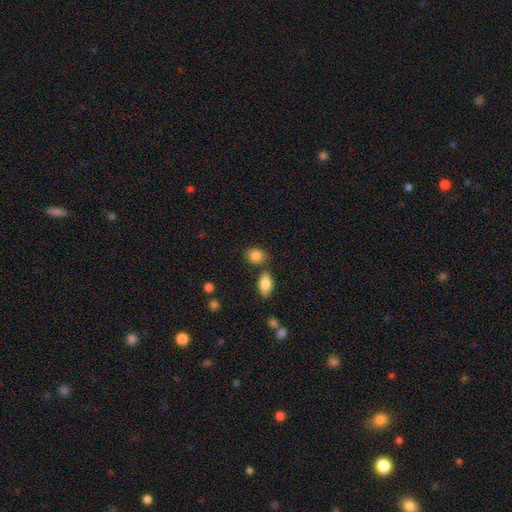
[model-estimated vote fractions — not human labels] smooth_or_featured: smooth (p=0.85) [alt: star or artifact p=0.08]
how_rounded: in between (p=0.59) [alt: round p=0.39]
merging: none (p=0.67) [alt: minor disturbance p=0.15]